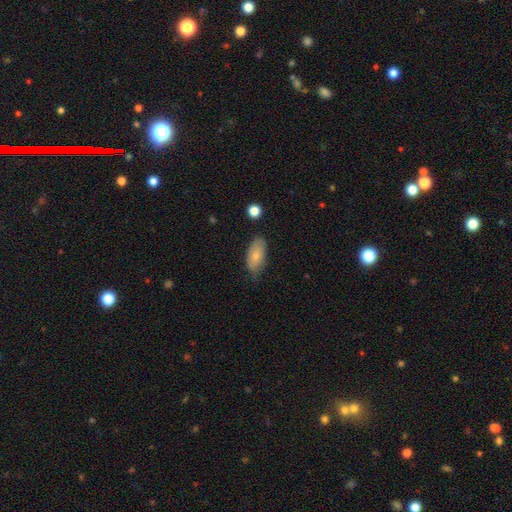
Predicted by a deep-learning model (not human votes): smooth-or-featured: smooth: 77% | featured or disk: 16% | star or artifact: 7%
  how-rounded: in between: 92% | cigar-shaped: 4% | round: 4%
  merging: none: 67% | minor disturbance: 26% | major disturbance: 5% | merger: 2%